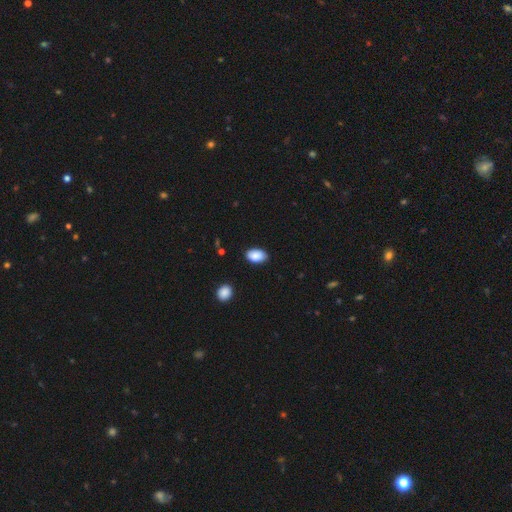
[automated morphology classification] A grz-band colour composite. It shows a smooth galaxy with no disk features (89%) that is in between round and cigar-shaped (92%). Merging: none (85%).